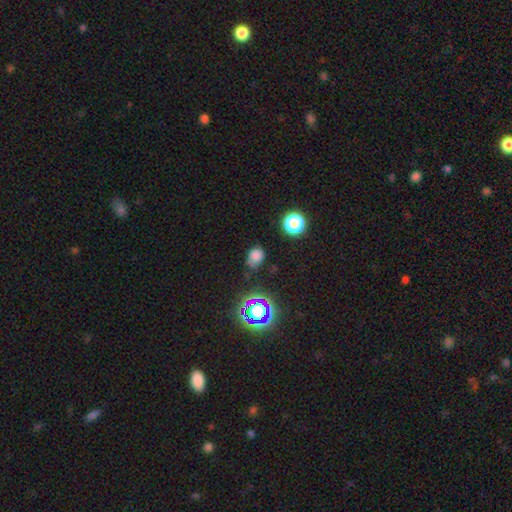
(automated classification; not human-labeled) smooth 70%, star or artifact 21%, featured or disk 8%. Down the decision tree: how rounded — in between (57%); merging — none (61%).